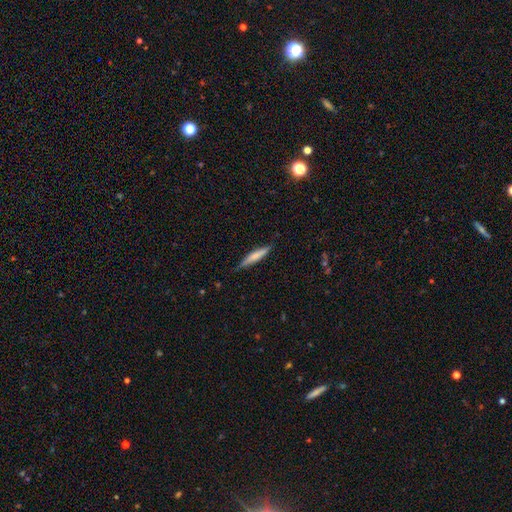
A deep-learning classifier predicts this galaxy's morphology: Q: Smooth or featured?
A: smooth (63%); runner-up: featured or disk (31%)
Q: How rounded?
A: cigar-shaped (91%); runner-up: in between (8%)
Q: Merging?
A: none (80%); runner-up: minor disturbance (16%)